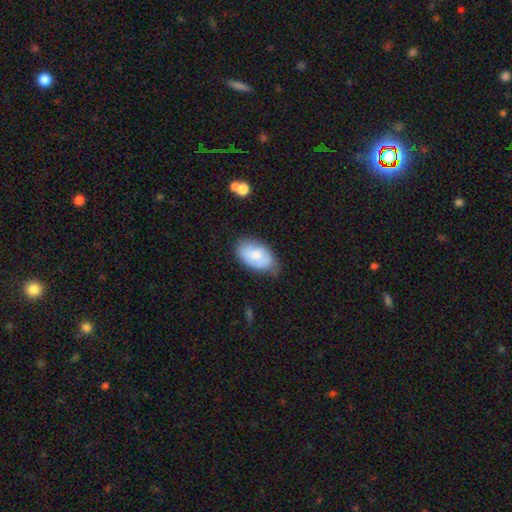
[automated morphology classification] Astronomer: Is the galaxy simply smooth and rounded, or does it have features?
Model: smooth — 72%.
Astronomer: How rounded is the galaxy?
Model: in between — 93%.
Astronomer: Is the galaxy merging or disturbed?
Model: none — 59%.